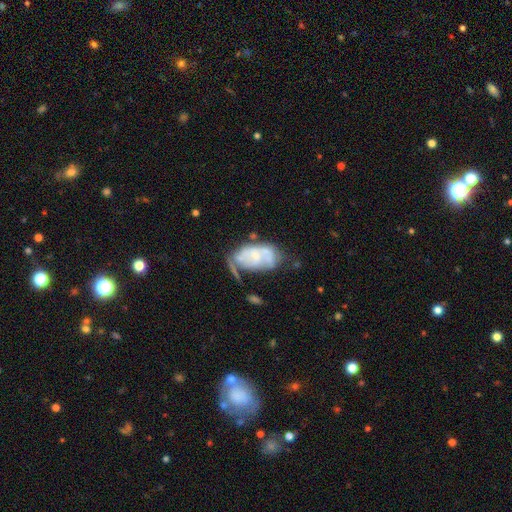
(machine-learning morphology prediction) smooth-or-featured: featured or disk: 61% | smooth: 31% | star or artifact: 8%
  disk-edge-on: no: 95% | yes: 5%
    bar: no: 74% | weak: 21% | strong: 5%
    has-spiral-arms: yes: 52% | no: 48%
    bulge-size: small: 60% | moderate: 24% | none: 13% | large: 2% | dominant: 1%
  merging: none: 29% | major disturbance: 28% | minor disturbance: 28% | merger: 15%